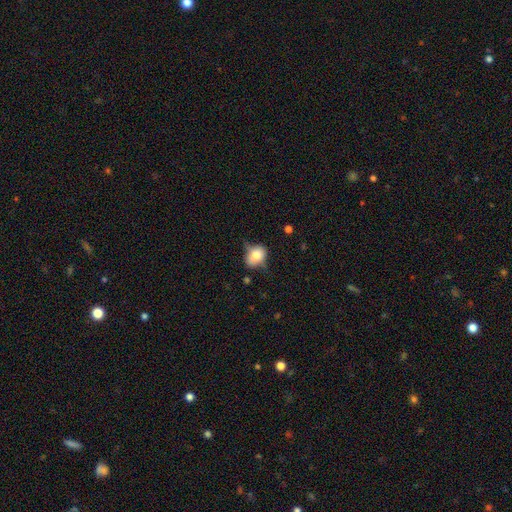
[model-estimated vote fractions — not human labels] smooth-or-featured: smooth: 69% | featured or disk: 21% | star or artifact: 9%
  how-rounded: in between: 53% | round: 45% | cigar-shaped: 1%
  merging: none: 53% | minor disturbance: 33% | major disturbance: 11% | merger: 3%